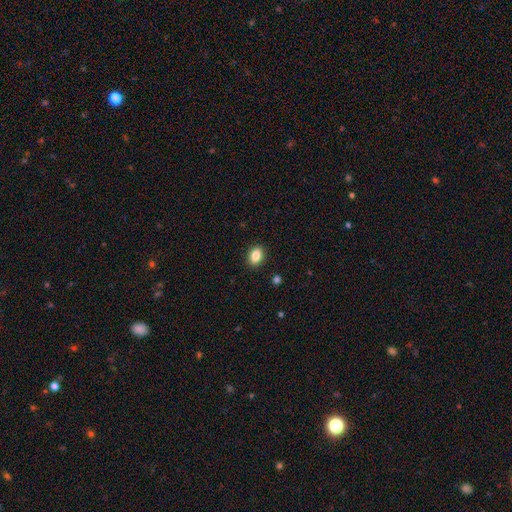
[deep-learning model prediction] A smooth galaxy with no disk features (86%) that is in between round and cigar-shaped (79%).

Vote fractions:
- Smooth or featured? smooth: 86% / star or artifact: 9% / featured or disk: 5%
- How rounded? in between: 79% / round: 19% / cigar-shaped: 1%
- Merging? none: 90% / minor disturbance: 7% / major disturbance: 2% / merger: 1%